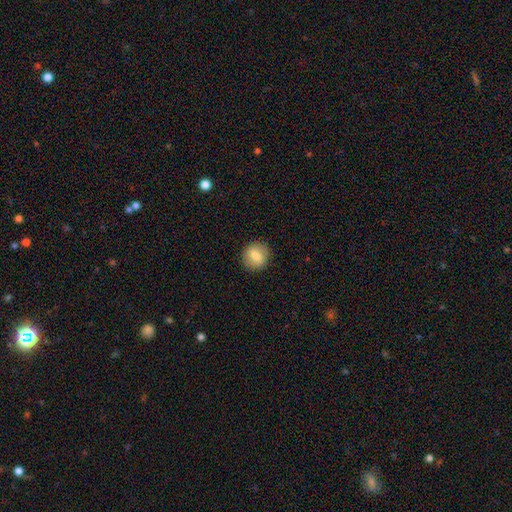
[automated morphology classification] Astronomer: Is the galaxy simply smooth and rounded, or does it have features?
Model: smooth — 75%.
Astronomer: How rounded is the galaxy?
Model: round — 84%.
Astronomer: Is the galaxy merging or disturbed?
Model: none — 89%.